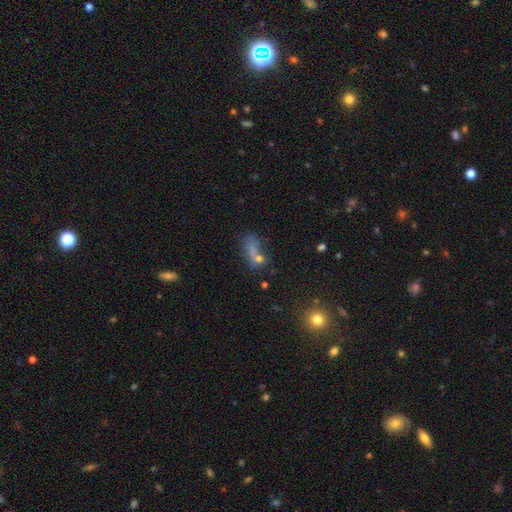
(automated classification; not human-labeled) This appears to be a smooth galaxy with no disk features (60%) that is in between round and cigar-shaped (68%). Merging: none (33%).